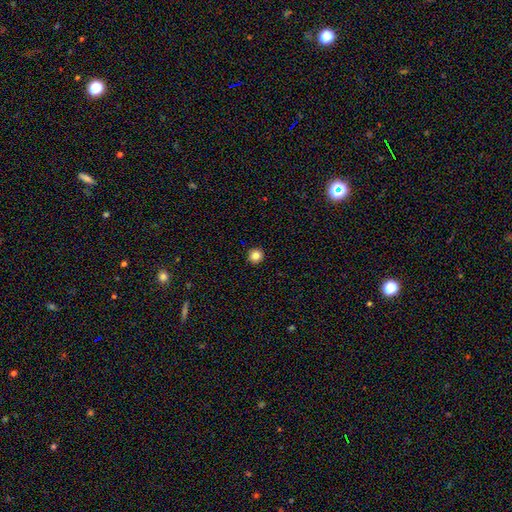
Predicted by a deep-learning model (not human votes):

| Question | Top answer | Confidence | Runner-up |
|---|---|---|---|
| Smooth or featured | smooth | 84% | star or artifact (11%) |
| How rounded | round | 94% | in between (5%) |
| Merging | none | 93% | minor disturbance (5%) |